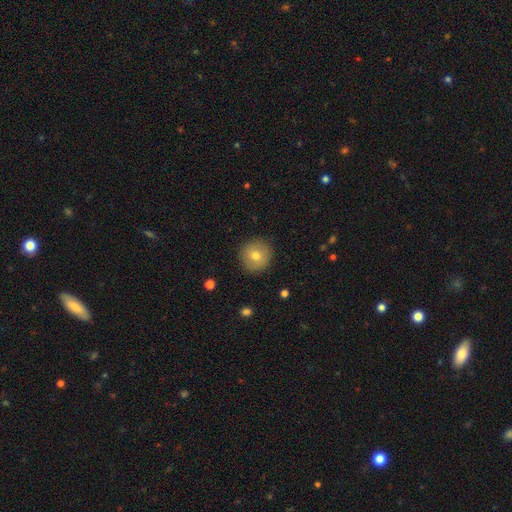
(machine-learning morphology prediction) The model was most divided on "smooth or featured": smooth: 74%, featured or disk: 17%, star or artifact: 9%. More confident: how rounded — round (94%); merging — none (89%).